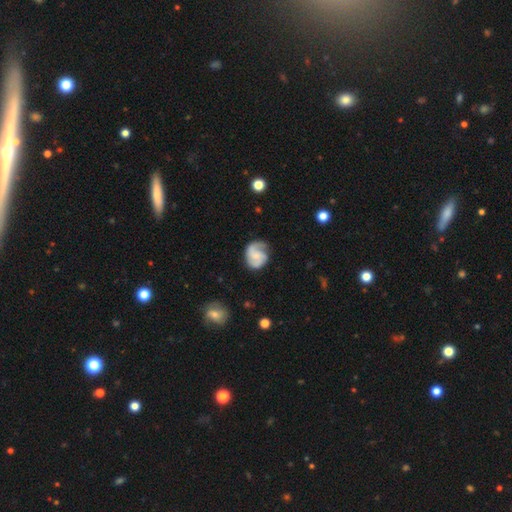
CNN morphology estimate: Overall: featured or disk (75%). Edge-on disk: no (98%). Bar: no (55%; weak 37%). Spiral arms: yes (95%). Spiral arm count: 2 (72%). Spiral winding: medium (47%; tight 29%). Bulge size: small (50%; none 24%). Merging: none (70%).